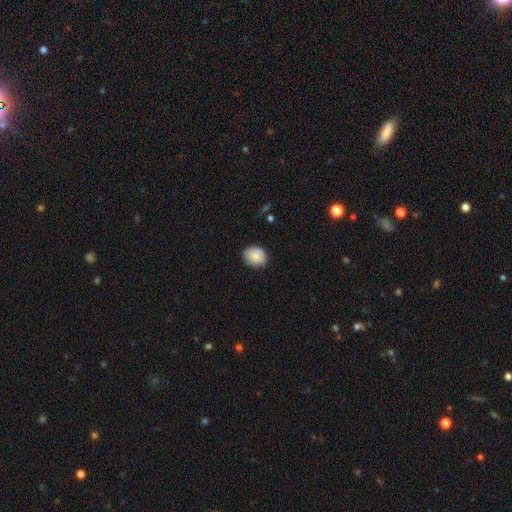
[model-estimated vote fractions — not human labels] Smooth or featured? Predicted: smooth (p=0.81). How rounded? Predicted: round (p=0.61). Merging? Predicted: none (p=0.81).